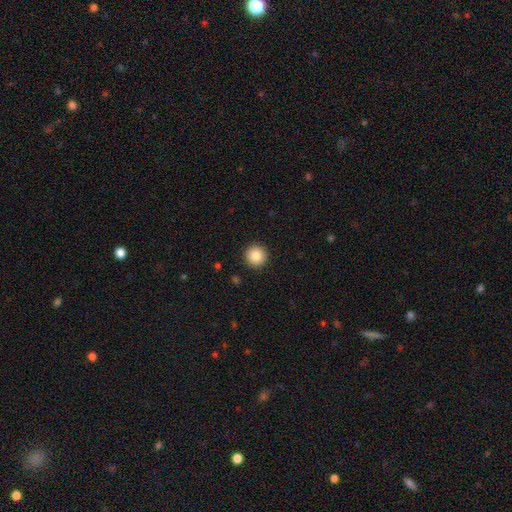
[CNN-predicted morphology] Smooth or featured?
  - smooth: 86% *
  - star or artifact: 9%
  - featured or disk: 5%
How rounded?
  - round: 96% *
  - in between: 3%
  - cigar-shaped: 1%
Merging?
  - none: 93% *
  - minor disturbance: 5%
  - major disturbance: 2%
  - merger: 1%